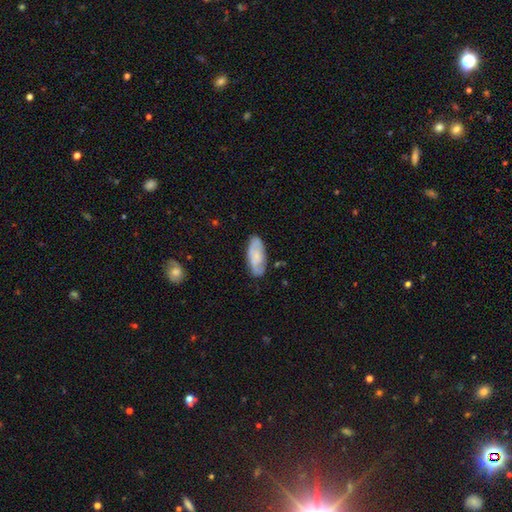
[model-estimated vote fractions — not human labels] Smooth or featured?
  - smooth: 50% *
  - featured or disk: 43%
  - star or artifact: 7%
Merging?
  - none: 77% *
  - minor disturbance: 17%
  - major disturbance: 4%
  - merger: 2%